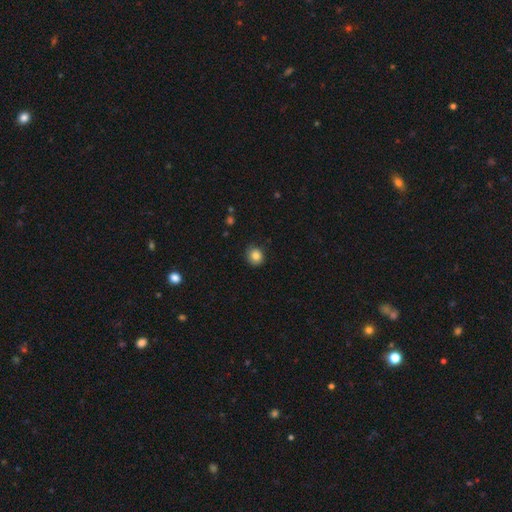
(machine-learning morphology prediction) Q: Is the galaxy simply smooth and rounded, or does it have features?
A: smooth — 83%.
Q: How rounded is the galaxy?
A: round — 82%.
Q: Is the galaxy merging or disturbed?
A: none — 85%.